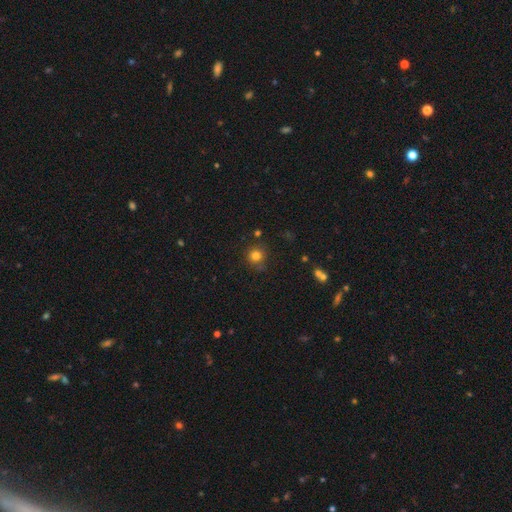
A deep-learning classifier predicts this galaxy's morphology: Q: Smooth or featured?
A: smooth (81%); runner-up: star or artifact (13%)
Q: How rounded?
A: round (91%); runner-up: in between (8%)
Q: Merging?
A: none (79%); runner-up: minor disturbance (13%)